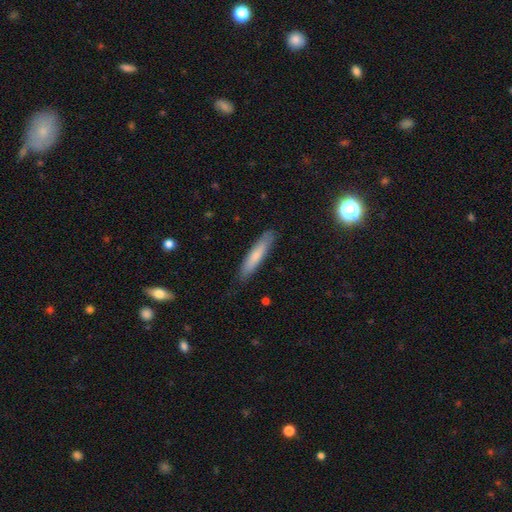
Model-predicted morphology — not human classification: smooth-or-featured: smooth: 72% | featured or disk: 22% | star or artifact: 6%
  how-rounded: cigar-shaped: 88% | in between: 10% | round: 1%
  merging: none: 86% | minor disturbance: 11% | major disturbance: 2% | merger: 1%